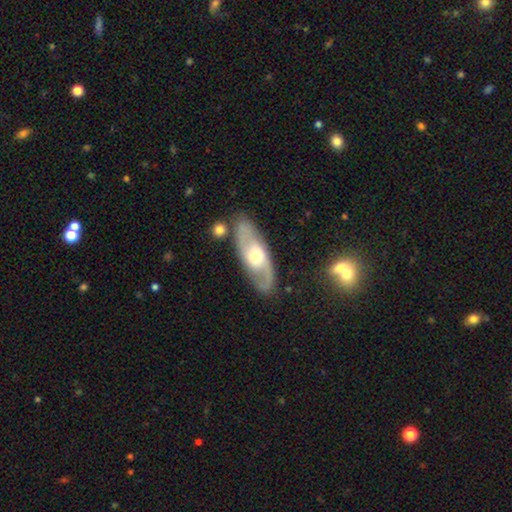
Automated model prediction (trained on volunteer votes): smooth_or_featured: featured or disk (p=0.71) [alt: smooth p=0.24]
disk_edge_on: no (p=0.85) [alt: yes p=0.15]
bar: no (p=0.59) [alt: weak p=0.31]
has_spiral_arms: yes (p=0.81) [alt: no p=0.19]
bulge_size: moderate (p=0.63) [alt: small p=0.23]
merging: none (p=0.79) [alt: minor disturbance p=0.12]